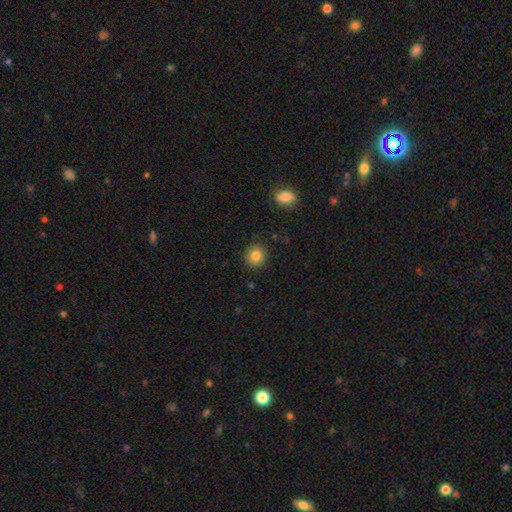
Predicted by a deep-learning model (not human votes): Smooth or featured? Predicted: smooth (p=0.83). How rounded? Predicted: round (p=0.87). Merging? Predicted: none (p=0.89).